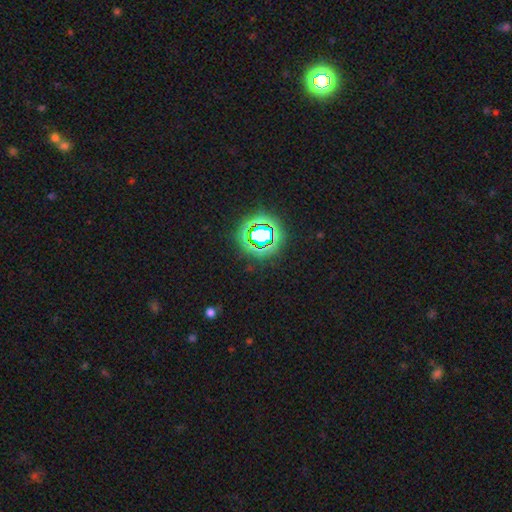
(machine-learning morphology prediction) A star or artifact, not a galaxy (77%).